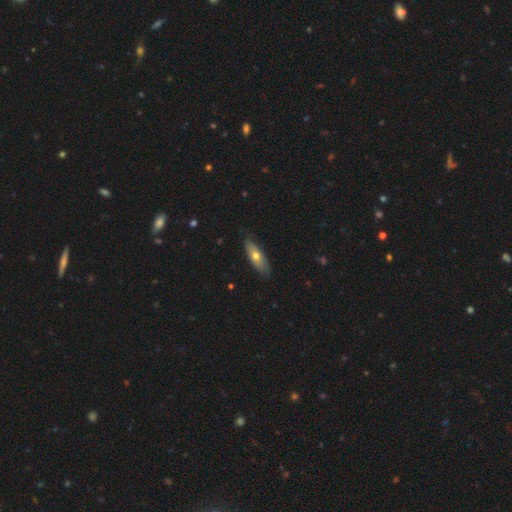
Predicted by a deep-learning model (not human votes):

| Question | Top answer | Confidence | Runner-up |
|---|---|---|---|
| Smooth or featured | smooth | 59% | featured or disk (35%) |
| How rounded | in between | 63% | cigar-shaped (34%) |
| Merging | none | 77% | minor disturbance (19%) |